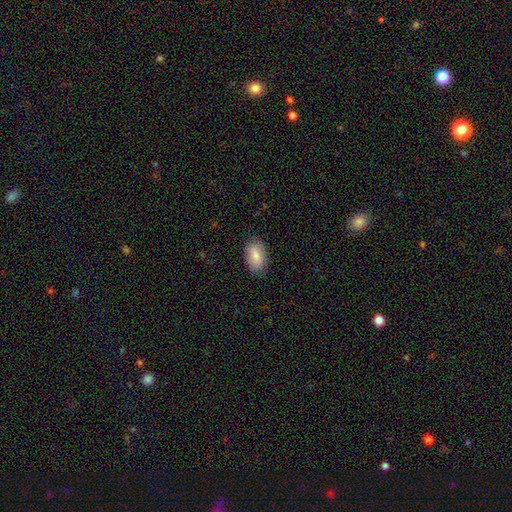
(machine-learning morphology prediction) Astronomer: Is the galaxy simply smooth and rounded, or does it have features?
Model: smooth — 82%.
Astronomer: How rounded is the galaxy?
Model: in between — 93%.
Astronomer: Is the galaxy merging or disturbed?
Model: none — 84%.